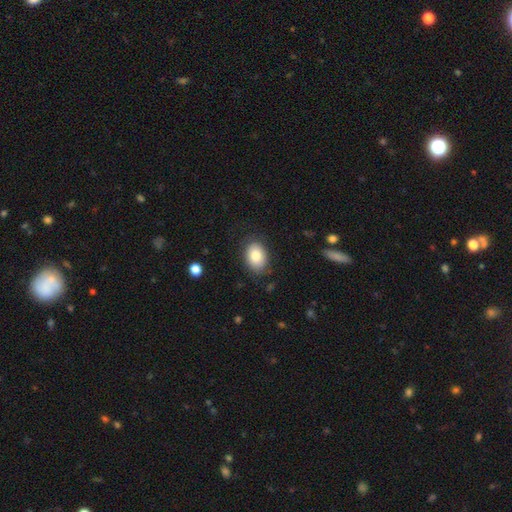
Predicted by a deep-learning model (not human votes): A smooth galaxy with no disk features (83%) that is in between round and cigar-shaped (79%).

Vote fractions:
- Smooth or featured? smooth: 83% / featured or disk: 9% / star or artifact: 8%
- How rounded? in between: 79% / round: 20% / cigar-shaped: 1%
- Merging? none: 82% / minor disturbance: 13% / major disturbance: 4% / merger: 1%